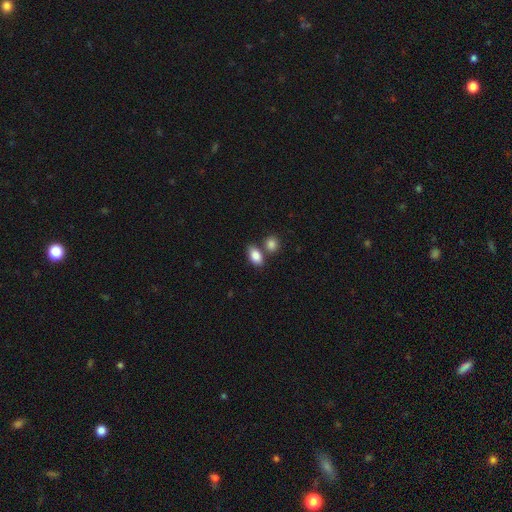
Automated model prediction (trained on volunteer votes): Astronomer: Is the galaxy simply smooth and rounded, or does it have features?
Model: smooth — 86%.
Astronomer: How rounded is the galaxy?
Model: in between — 87%.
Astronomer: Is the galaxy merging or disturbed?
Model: none — 60%.